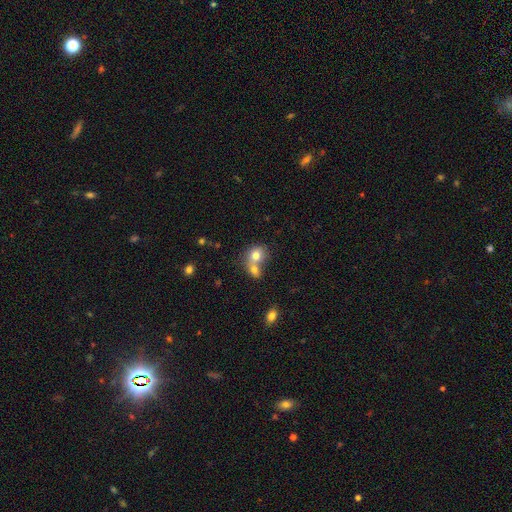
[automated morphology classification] Smooth or featured: smooth — 75% (featured or disk — 15%)
How rounded: round — 62% (in between — 37%)
Merging: merger — 63% (none — 27%)